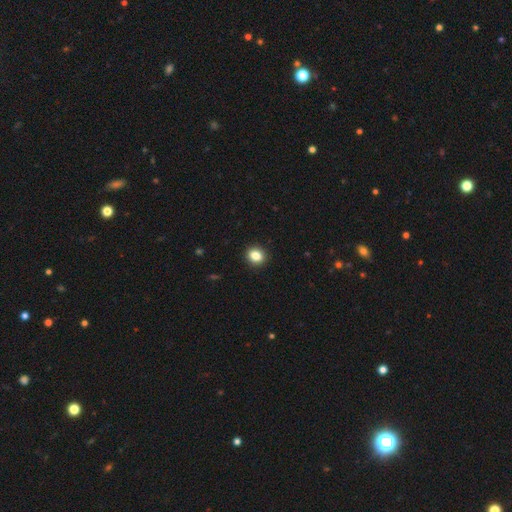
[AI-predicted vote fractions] Morphology: type=smooth (85%); roundness=round (62%); merging=none (91%).